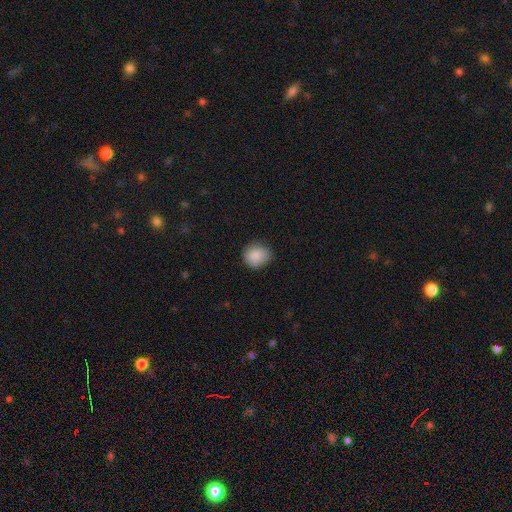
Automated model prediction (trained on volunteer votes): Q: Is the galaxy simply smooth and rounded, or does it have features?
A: smooth — 88%.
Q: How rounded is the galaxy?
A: round — 76%.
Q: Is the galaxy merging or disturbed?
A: none — 80%.